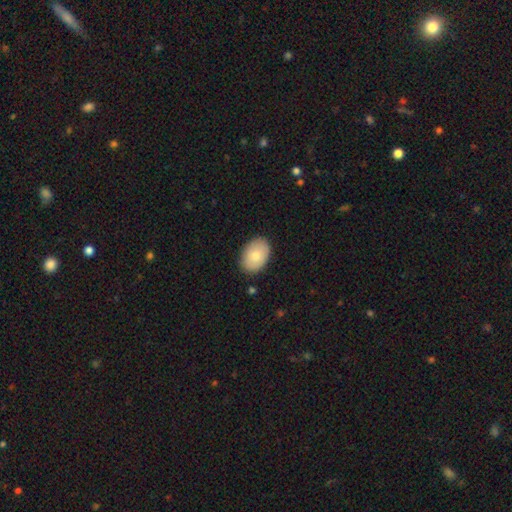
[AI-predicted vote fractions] A smooth galaxy with no disk features (79%) that is in between round and cigar-shaped (83%).

Vote fractions:
- Smooth or featured? smooth: 79% / featured or disk: 15% / star or artifact: 6%
- How rounded? in between: 83% / round: 16% / cigar-shaped: 1%
- Merging? none: 87% / minor disturbance: 10% / major disturbance: 2% / merger: 1%